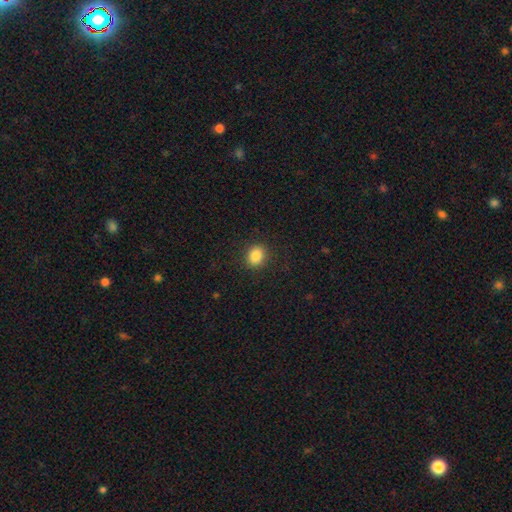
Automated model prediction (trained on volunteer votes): Overall: smooth (85%). How rounded: round (59%; in between 40%). Merging: none (89%).